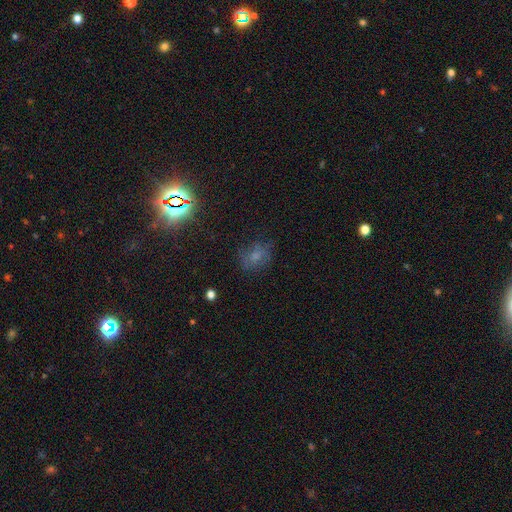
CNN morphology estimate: Smooth or featured? smooth (55%)
How rounded? round (54%)
Merging? none (65%)